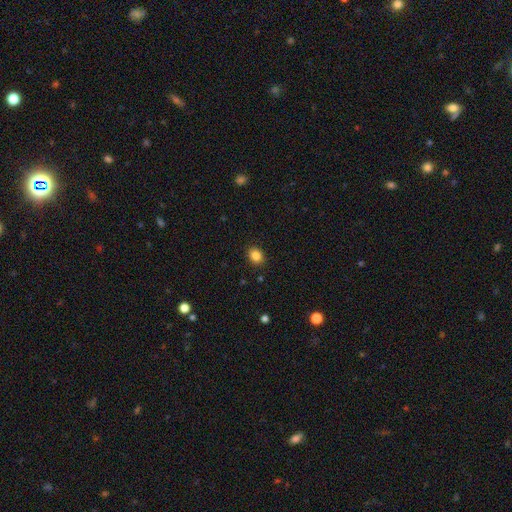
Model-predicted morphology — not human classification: Smooth or featured? smooth (85%)
How rounded? round (54%)
Merging? none (90%)